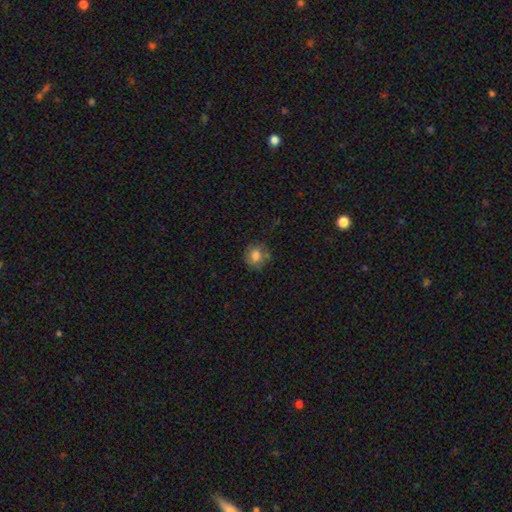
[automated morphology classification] Overall: smooth (75%). How rounded: round (80%). Merging: none (72%).